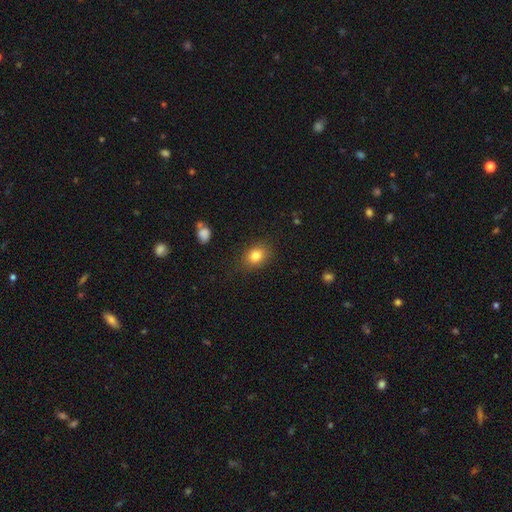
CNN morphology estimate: type=smooth (82%); roundness=in between (56%); merging=none (84%).